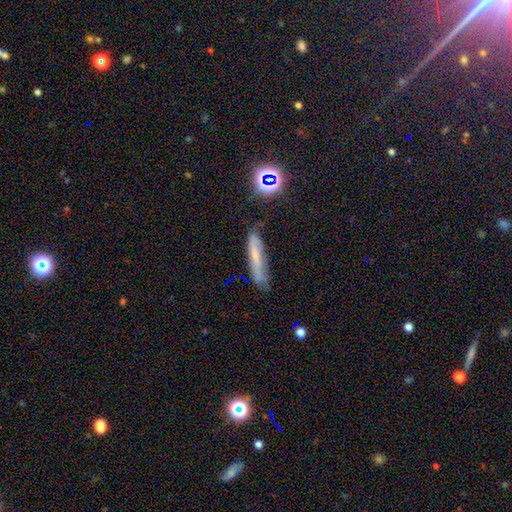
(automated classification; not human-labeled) Smooth or featured? Predicted: smooth (p=0.46). Merging? Predicted: none (p=0.62).